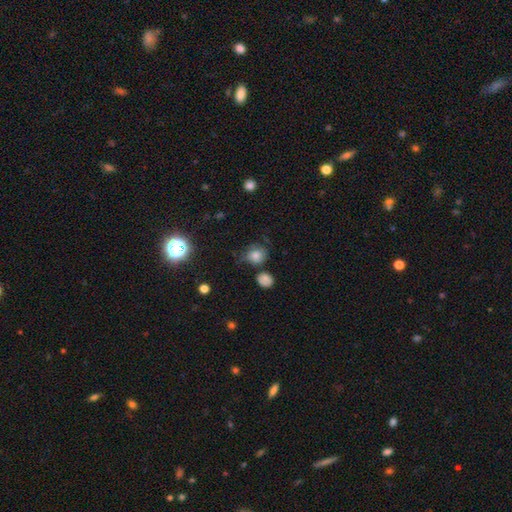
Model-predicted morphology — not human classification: Smooth or featured?
  - smooth: 68% *
  - featured or disk: 17%
  - star or artifact: 15%
How rounded?
  - round: 71% *
  - in between: 28%
  - cigar-shaped: 1%
Merging?
  - none: 51% *
  - minor disturbance: 27%
  - major disturbance: 15%
  - merger: 7%